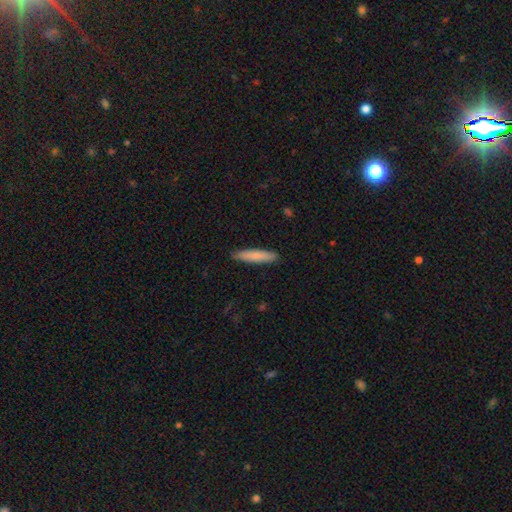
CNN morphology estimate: This appears to be a smooth galaxy with no disk features (81%) that is cigar-shaped (88%). Merging: none (90%).